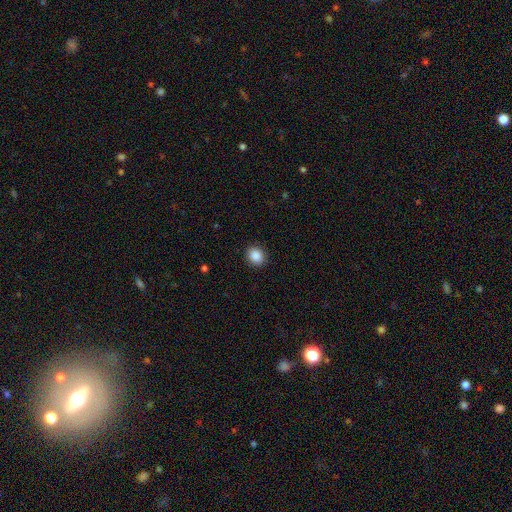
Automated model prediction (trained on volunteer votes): Overall: smooth (88%). How rounded: round (69%; in between 30%). Merging: none (90%).